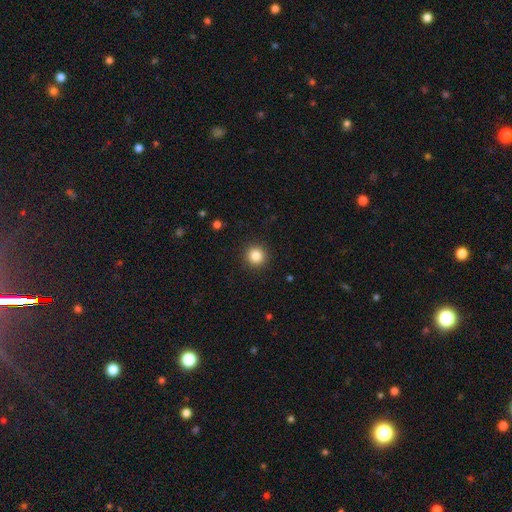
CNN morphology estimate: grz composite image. It shows a smooth galaxy with no disk features (85%) that is round (94%). Merging: none (92%).